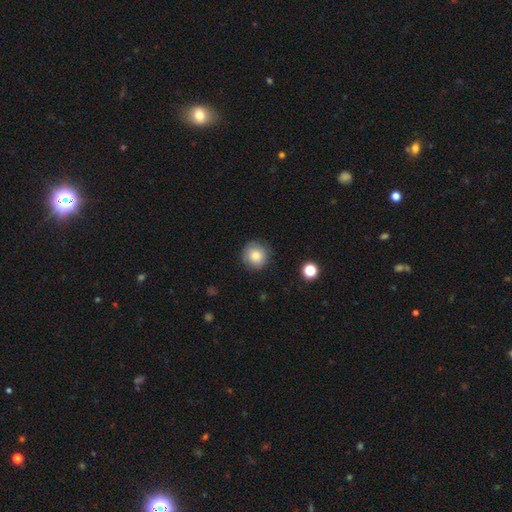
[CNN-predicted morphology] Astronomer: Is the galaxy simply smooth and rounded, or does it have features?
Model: smooth — 80%.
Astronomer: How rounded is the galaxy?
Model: round — 93%.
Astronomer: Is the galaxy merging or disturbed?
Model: none — 84%.